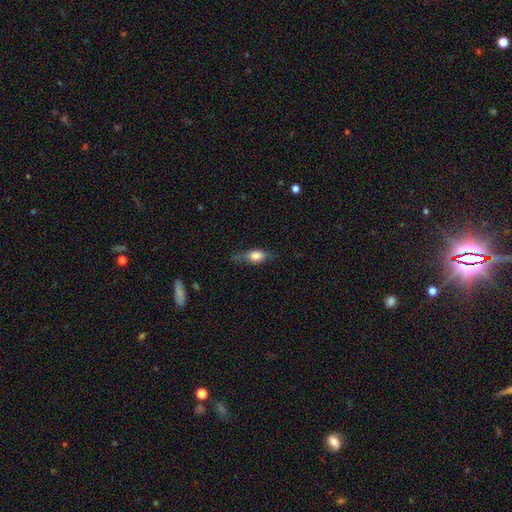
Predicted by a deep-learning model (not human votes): A smooth galaxy with no disk features (66%) that is in between round and cigar-shaped (69%). Merging: none (64%).